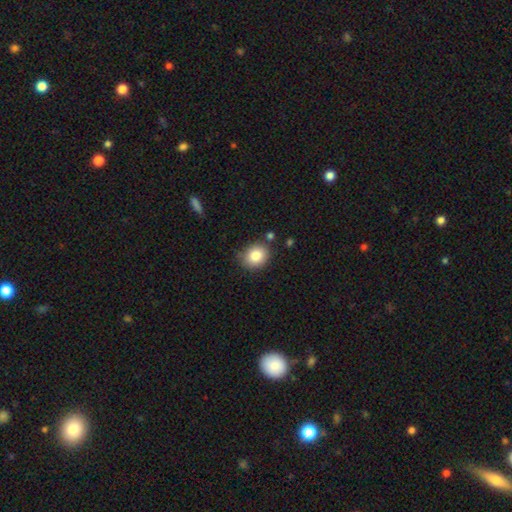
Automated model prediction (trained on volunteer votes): Smooth or featured? Predicted: smooth (p=0.83). How rounded? Predicted: round (p=0.66). Merging? Predicted: none (p=0.78).